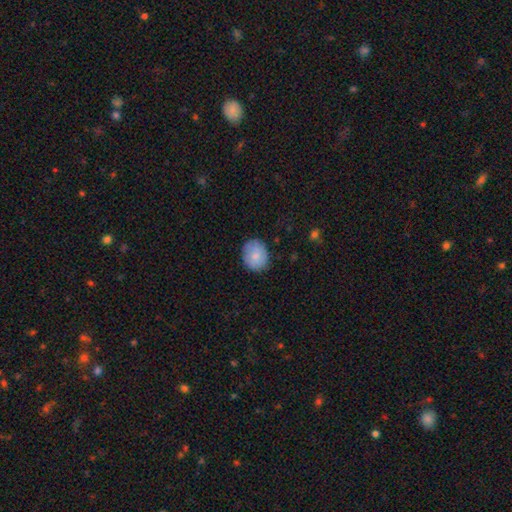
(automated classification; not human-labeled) Smooth or featured? Predicted: smooth (p=0.78). How rounded? Predicted: round (p=0.62). Merging? Predicted: none (p=0.80).